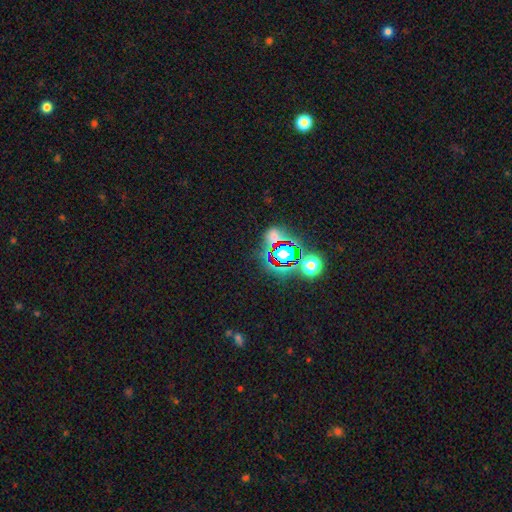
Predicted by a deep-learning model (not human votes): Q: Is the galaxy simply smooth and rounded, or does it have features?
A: star or artifact — 77%.